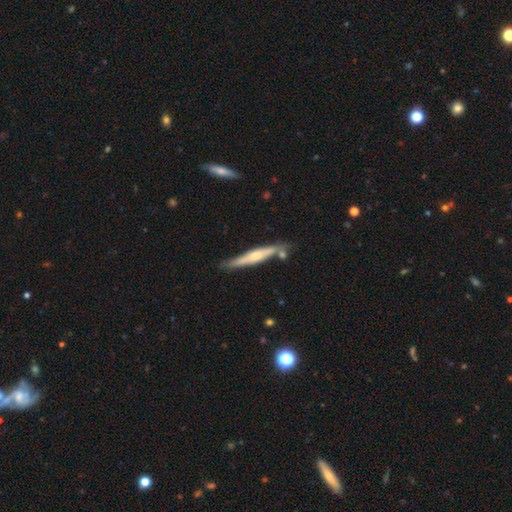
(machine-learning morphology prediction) Smooth or featured? Predicted: featured or disk (p=0.55). Edge-on disk? Predicted: yes (p=0.92). Edge-on bulge? Predicted: rounded (p=0.73). Merging? Predicted: none (p=0.72).